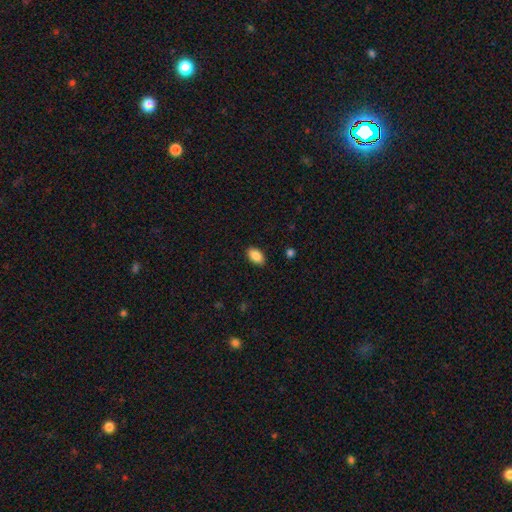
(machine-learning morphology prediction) A smooth galaxy with no disk features (88%) that is in between round and cigar-shaped (93%).

Vote fractions:
- Smooth or featured? smooth: 88% / star or artifact: 7% / featured or disk: 5%
- How rounded? in between: 93% / round: 5% / cigar-shaped: 2%
- Merging? none: 88% / minor disturbance: 9% / major disturbance: 2% / merger: 1%